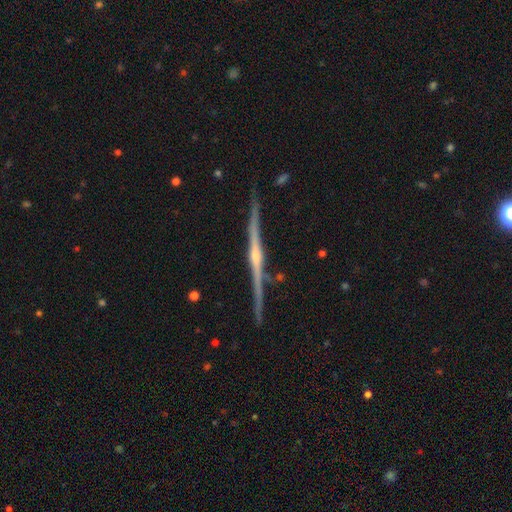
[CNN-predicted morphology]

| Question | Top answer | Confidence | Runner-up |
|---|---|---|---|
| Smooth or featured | featured or disk | 89% | smooth (6%) |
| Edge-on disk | yes | 99% | no (1%) |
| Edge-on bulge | rounded | 82% | none (10%) |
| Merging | none | 89% | minor disturbance (7%) |